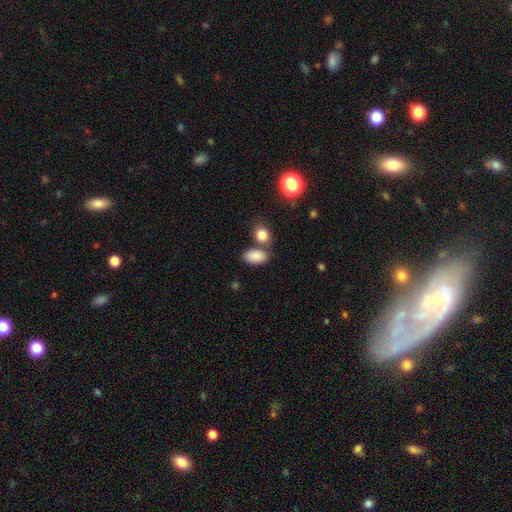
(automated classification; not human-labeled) A smooth galaxy with no disk features (86%) that is in between round and cigar-shaped (89%).

Vote fractions:
- Smooth or featured? smooth: 86% / star or artifact: 9% / featured or disk: 6%
- How rounded? in between: 89% / round: 9% / cigar-shaped: 2%
- Merging? none: 62% / merger: 21% / minor disturbance: 12% / major disturbance: 4%